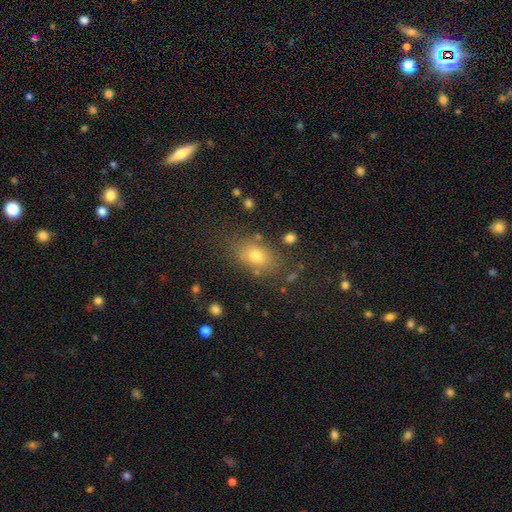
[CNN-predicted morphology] smooth 72%, star or artifact 15%, featured or disk 12%. Down the decision tree: how rounded — in between (78%); merging — none (77%).